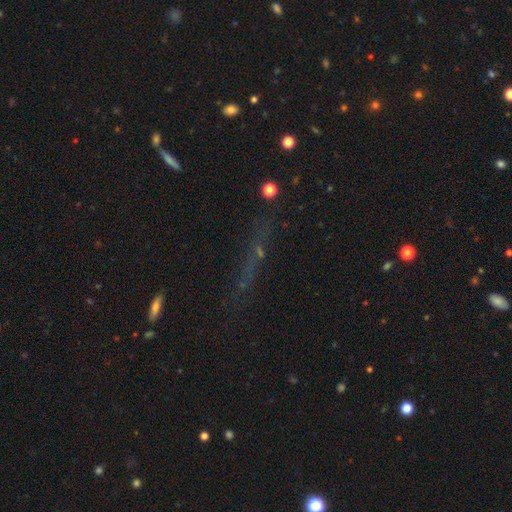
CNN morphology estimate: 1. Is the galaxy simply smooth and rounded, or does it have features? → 45% star or artifact, 30% smooth, 25% featured or disk.